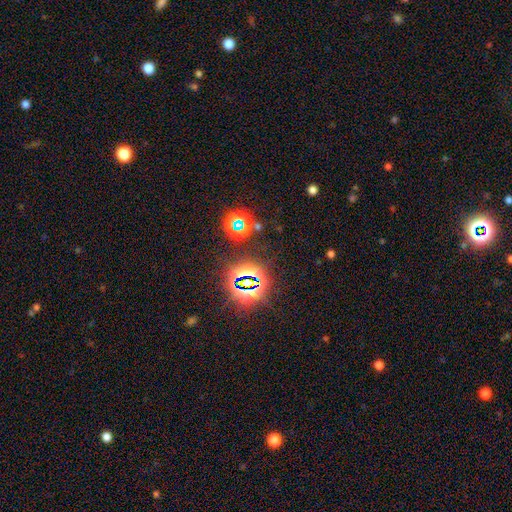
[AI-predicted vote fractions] A star or artifact, not a galaxy (80%).